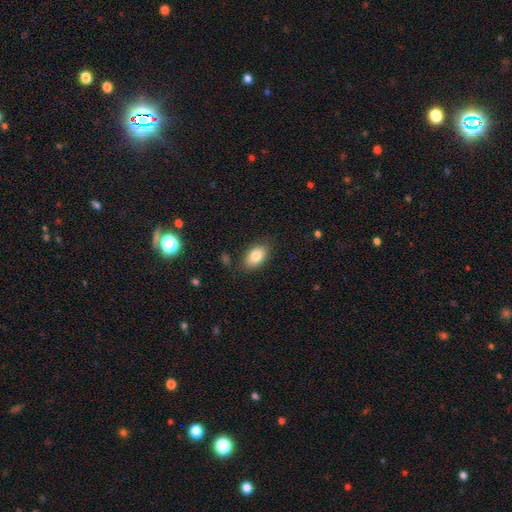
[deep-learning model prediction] smooth 83%, featured or disk 10%, star or artifact 7%. Down the decision tree: how rounded — in between (90%); merging — none (82%).